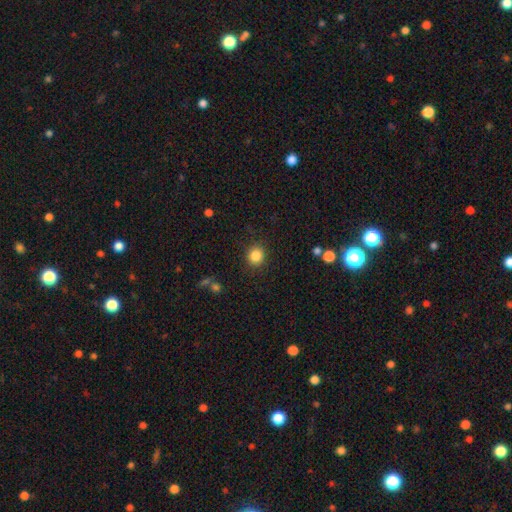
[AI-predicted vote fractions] This appears to be a smooth galaxy with no disk features (85%) that is round (86%). Merging: none (88%).